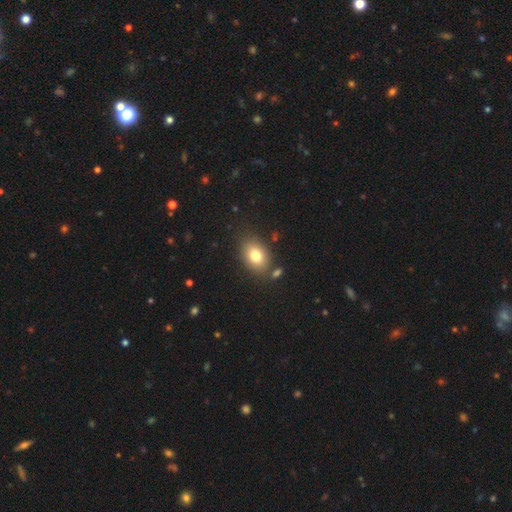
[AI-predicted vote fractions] This is likely a smooth galaxy (79%). How rounded: likely in between (75%). Merging: likely none (77%).